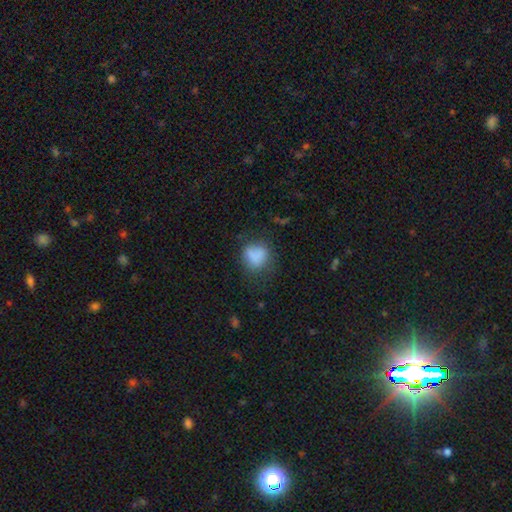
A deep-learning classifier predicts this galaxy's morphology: Smooth or featured? Predicted: smooth (p=0.80). How rounded? Predicted: round (p=0.65). Merging? Predicted: none (p=0.58).